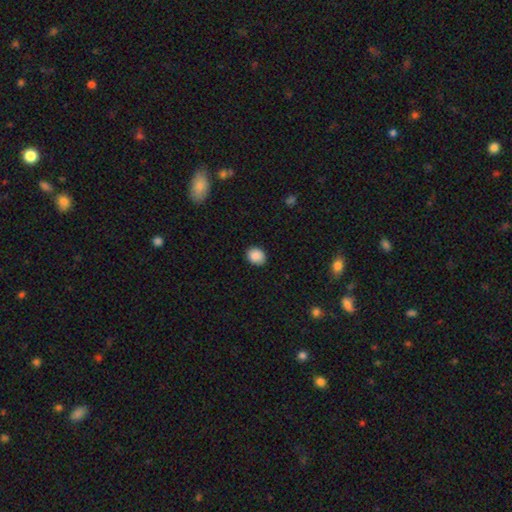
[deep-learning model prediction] This is clearly a smooth galaxy (89%). How rounded: likely round (62%). Merging: clearly none (88%).